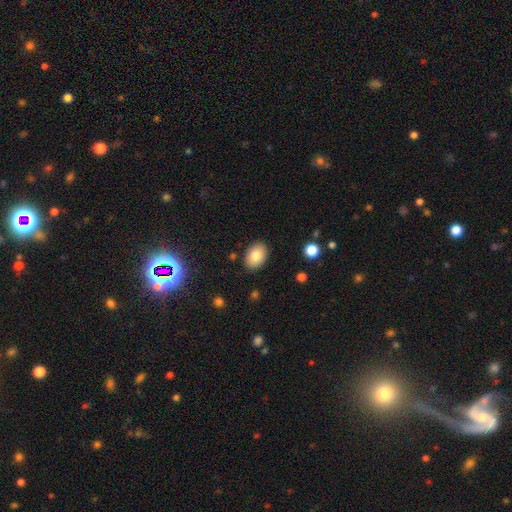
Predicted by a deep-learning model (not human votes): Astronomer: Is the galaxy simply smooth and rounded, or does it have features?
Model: smooth — 82%.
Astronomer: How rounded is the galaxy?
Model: in between — 83%.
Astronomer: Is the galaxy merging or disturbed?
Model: none — 88%.